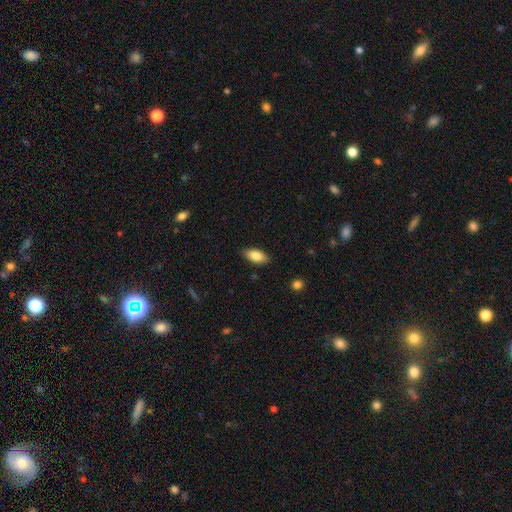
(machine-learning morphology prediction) Smooth or featured?
  - smooth: 84% *
  - featured or disk: 9%
  - star or artifact: 7%
How rounded?
  - in between: 89% *
  - cigar-shaped: 9%
  - round: 3%
Merging?
  - none: 86% *
  - minor disturbance: 10%
  - major disturbance: 2%
  - merger: 1%